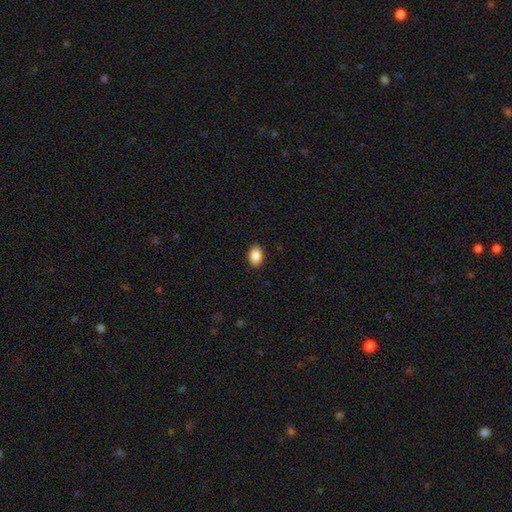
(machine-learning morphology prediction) Q: Smooth or featured?
A: smooth (88%); runner-up: star or artifact (8%)
Q: How rounded?
A: in between (83%); runner-up: round (16%)
Q: Merging?
A: none (90%); runner-up: minor disturbance (8%)